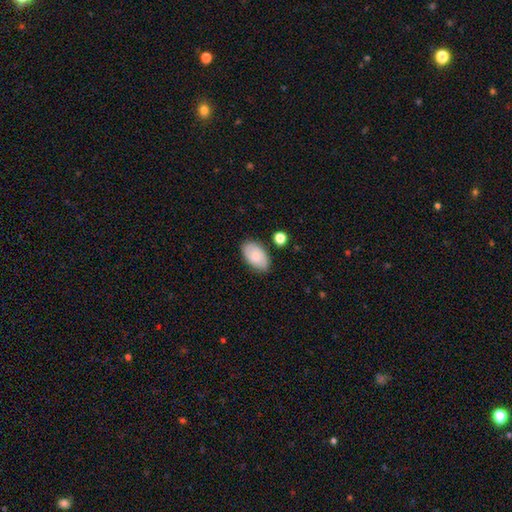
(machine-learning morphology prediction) The model was most divided on "smooth or featured": smooth: 71%, featured or disk: 22%, star or artifact: 7%. More confident: how rounded — in between (94%); merging — none (80%).